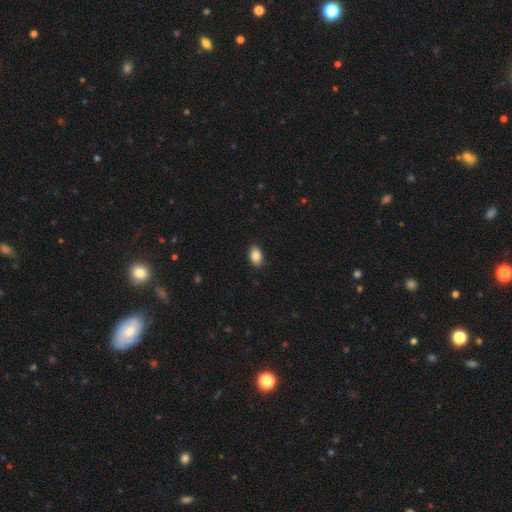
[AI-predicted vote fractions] A smooth galaxy with no disk features (87%) that is in between round and cigar-shaped (88%). Merging: none (85%).